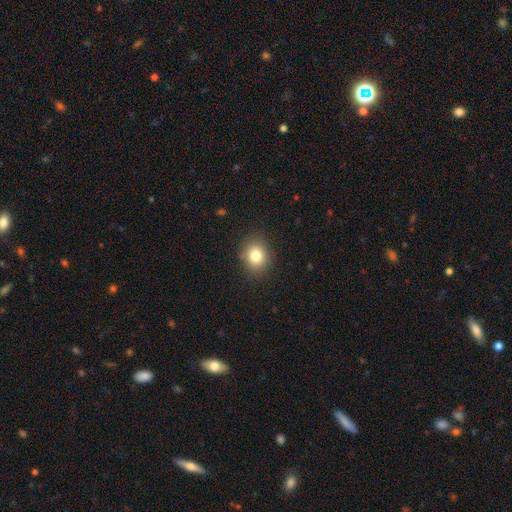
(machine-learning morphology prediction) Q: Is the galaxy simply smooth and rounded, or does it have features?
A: smooth — 81%.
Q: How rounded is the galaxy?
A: round — 69%.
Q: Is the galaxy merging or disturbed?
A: none — 87%.